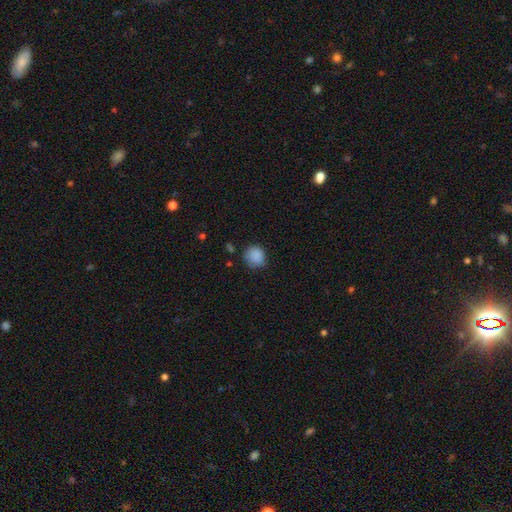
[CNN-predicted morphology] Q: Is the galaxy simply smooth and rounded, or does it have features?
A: smooth — 87%.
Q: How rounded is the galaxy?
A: round — 86%.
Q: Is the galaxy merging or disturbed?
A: none — 76%.